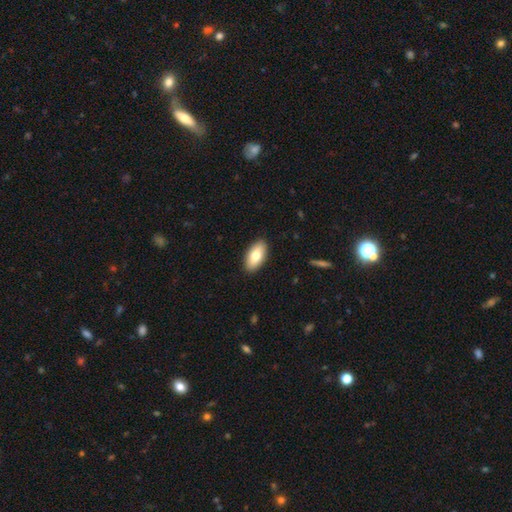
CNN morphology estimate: Smooth or featured? smooth (77%)
How rounded? in between (92%)
Merging? none (90%)